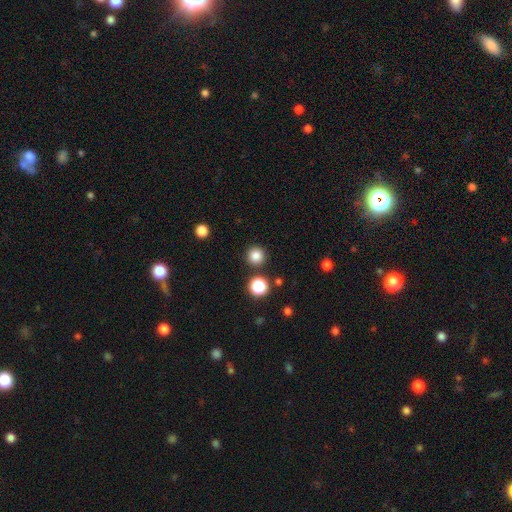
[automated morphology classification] A smooth galaxy with no disk features (83%) that is round (96%). Merging: none (89%).